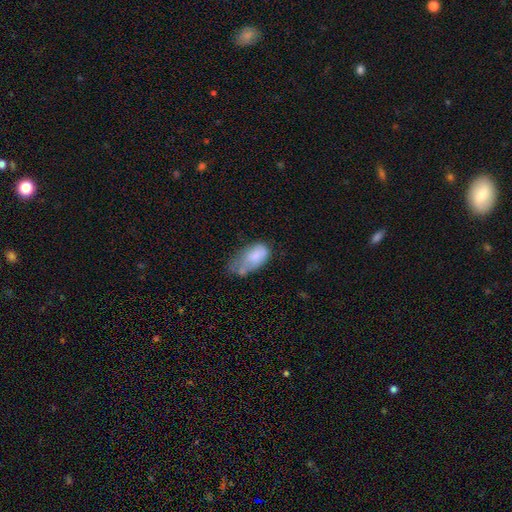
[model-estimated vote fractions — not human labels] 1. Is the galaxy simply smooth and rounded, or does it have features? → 68% smooth, 23% featured or disk, 9% star or artifact.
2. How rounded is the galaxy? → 92% in between, 5% round, 3% cigar-shaped.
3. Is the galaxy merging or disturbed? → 37% minor disturbance, 32% major disturbance, 22% none, 10% merger.